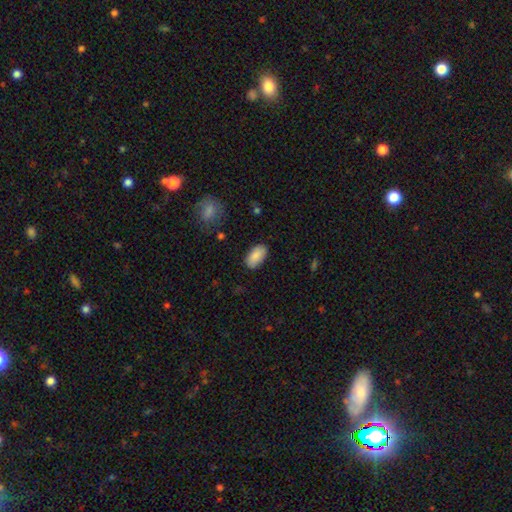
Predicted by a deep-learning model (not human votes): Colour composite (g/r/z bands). It shows a smooth galaxy with no disk features (87%) that is in between round and cigar-shaped (95%). Merging: none (85%).